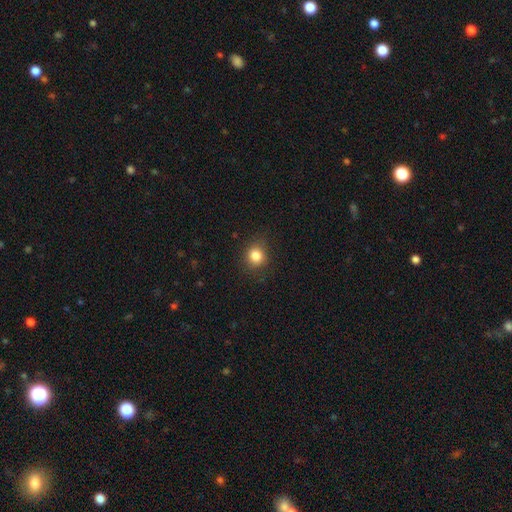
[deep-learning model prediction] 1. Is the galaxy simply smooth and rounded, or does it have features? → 84% smooth, 11% star or artifact, 5% featured or disk.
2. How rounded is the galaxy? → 83% round, 16% in between, 1% cigar-shaped.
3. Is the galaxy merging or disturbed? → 84% none, 11% minor disturbance, 3% major disturbance, 1% merger.